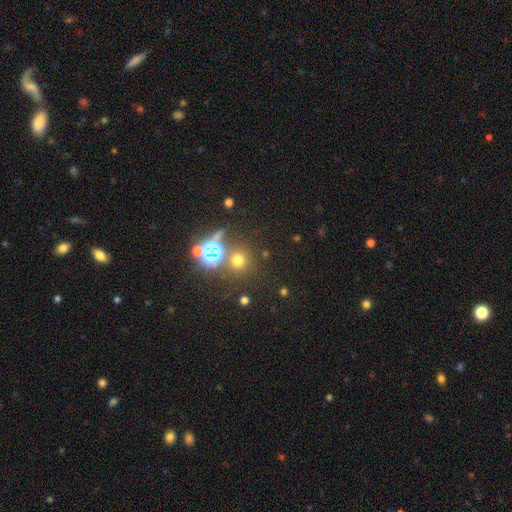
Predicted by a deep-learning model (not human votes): A star or artifact, not a galaxy (66%).

Vote fractions:
- Smooth or featured? star or artifact: 66% / smooth: 27% / featured or disk: 8%